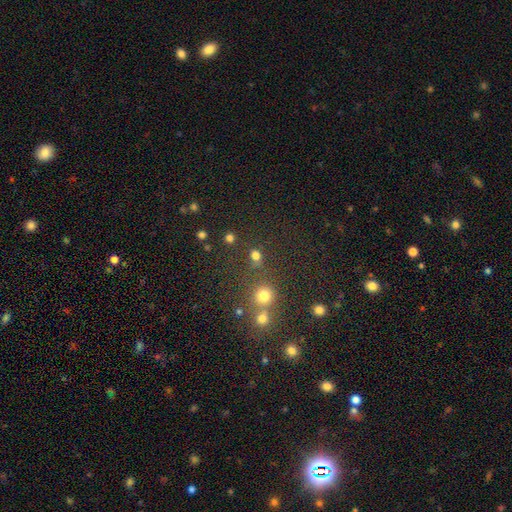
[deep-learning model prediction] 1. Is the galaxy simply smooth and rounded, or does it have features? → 75% smooth, 19% star or artifact, 6% featured or disk.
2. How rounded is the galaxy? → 73% round, 26% in between, 2% cigar-shaped.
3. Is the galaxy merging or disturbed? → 71% none, 13% merger, 10% minor disturbance, 6% major disturbance.